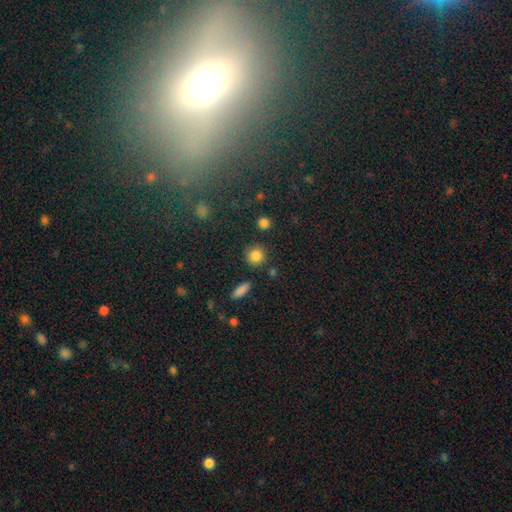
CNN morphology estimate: A smooth galaxy with no disk features (84%) that is round (90%).

Vote fractions:
- Smooth or featured? smooth: 84% / star or artifact: 10% / featured or disk: 5%
- How rounded? round: 90% / in between: 9% / cigar-shaped: 1%
- Merging? none: 85% / minor disturbance: 8% / merger: 4% / major disturbance: 3%